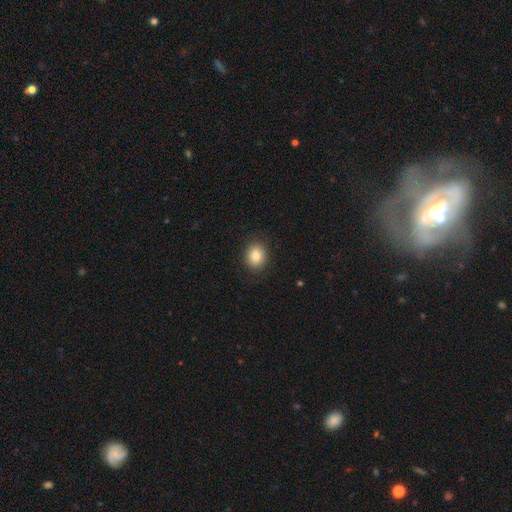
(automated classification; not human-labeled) This is clearly a smooth galaxy (84%). How rounded: possibly round (57%). Merging: clearly none (88%).